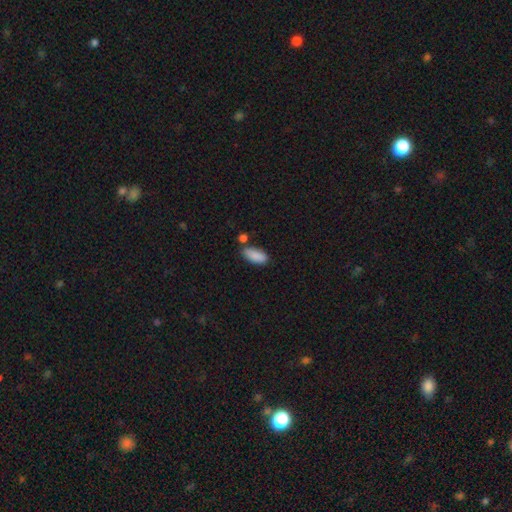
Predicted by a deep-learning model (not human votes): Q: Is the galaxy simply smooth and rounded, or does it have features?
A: smooth — 89%.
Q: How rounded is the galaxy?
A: in between — 86%.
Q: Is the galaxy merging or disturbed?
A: none — 69%.